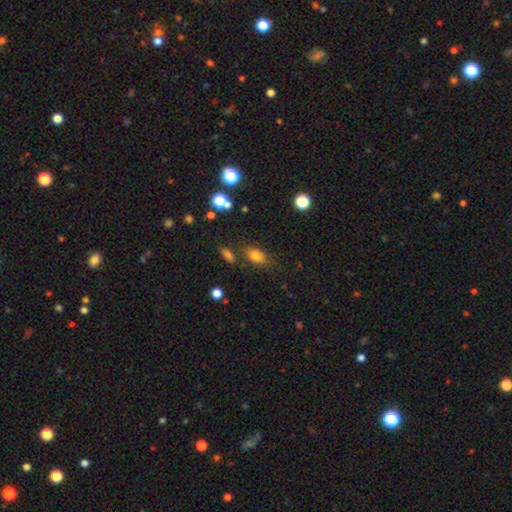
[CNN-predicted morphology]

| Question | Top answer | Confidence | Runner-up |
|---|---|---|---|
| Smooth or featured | smooth | 77% | star or artifact (14%) |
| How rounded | in between | 77% | round (19%) |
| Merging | none | 72% | minor disturbance (16%) |